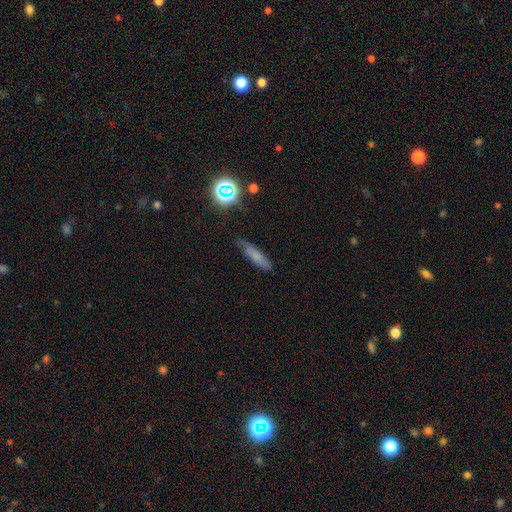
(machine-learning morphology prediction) A smooth galaxy with no disk features (68%) that is cigar-shaped (75%).

Vote fractions:
- Smooth or featured? smooth: 68% / featured or disk: 19% / star or artifact: 13%
- How rounded? cigar-shaped: 75% / in between: 22% / round: 3%
- Merging? none: 69% / minor disturbance: 24% / major disturbance: 6% / merger: 2%